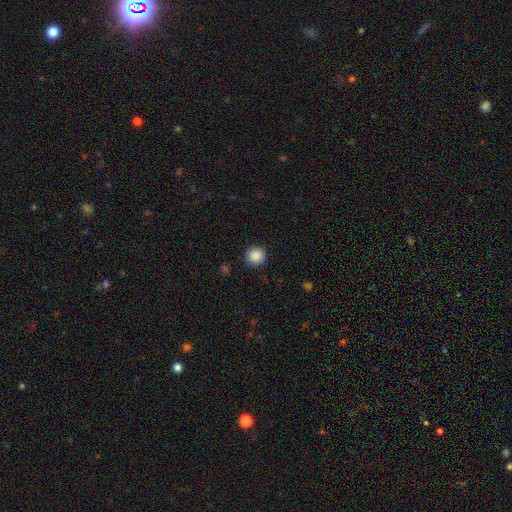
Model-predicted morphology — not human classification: smooth_or_featured: smooth (p=0.88) [alt: star or artifact p=0.09]
how_rounded: round (p=0.94) [alt: in between p=0.05]
merging: none (p=0.91) [alt: minor disturbance p=0.06]